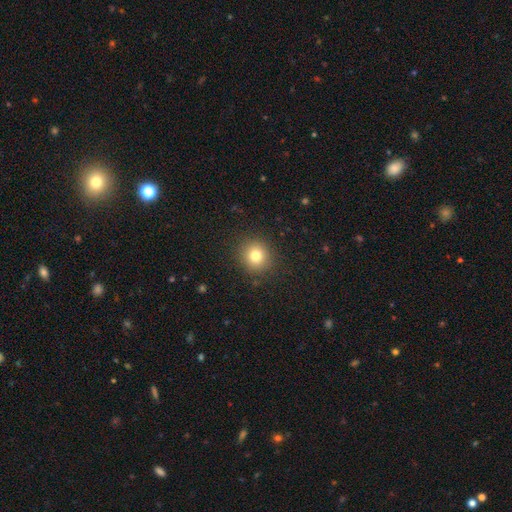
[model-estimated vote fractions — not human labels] smooth-or-featured: smooth: 79% | star or artifact: 13% | featured or disk: 8%
  how-rounded: round: 89% | in between: 10% | cigar-shaped: 1%
  merging: none: 89% | minor disturbance: 7% | major disturbance: 3% | merger: 1%